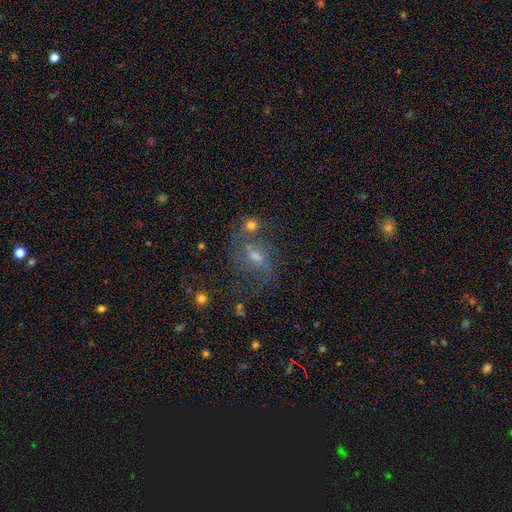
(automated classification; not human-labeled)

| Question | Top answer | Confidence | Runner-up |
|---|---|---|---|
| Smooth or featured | featured or disk | 54% | smooth (25%) |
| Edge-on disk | no | 93% | yes (7%) |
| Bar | weak | 50% | no (32%) |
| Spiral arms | yes | 79% | no (21%) |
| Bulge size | moderate | 51% | small (34%) |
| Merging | none | 54% | merger (20%) |